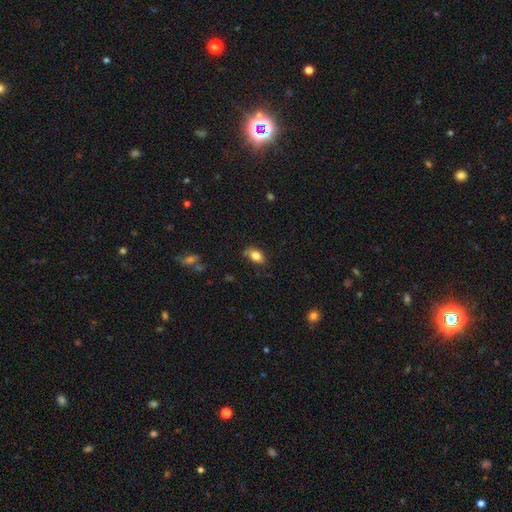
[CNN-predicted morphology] smooth-or-featured: smooth: 83% | featured or disk: 9% | star or artifact: 8%
  how-rounded: in between: 87% | round: 11% | cigar-shaped: 2%
  merging: none: 69% | minor disturbance: 24% | major disturbance: 5% | merger: 2%